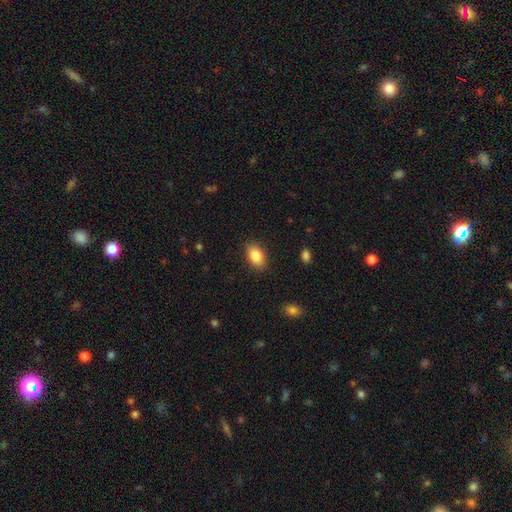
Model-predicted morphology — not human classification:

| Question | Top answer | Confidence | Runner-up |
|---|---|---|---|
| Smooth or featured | smooth | 85% | star or artifact (8%) |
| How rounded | in between | 89% | round (10%) |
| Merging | none | 87% | minor disturbance (9%) |